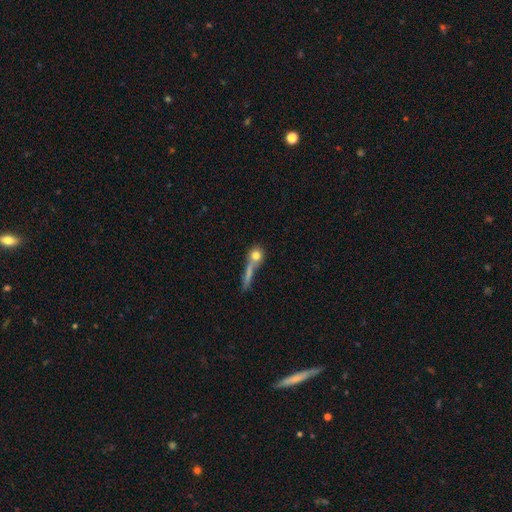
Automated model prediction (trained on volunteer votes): Smooth or featured? smooth (72%)
How rounded? round (70%)
Merging? none (44%)